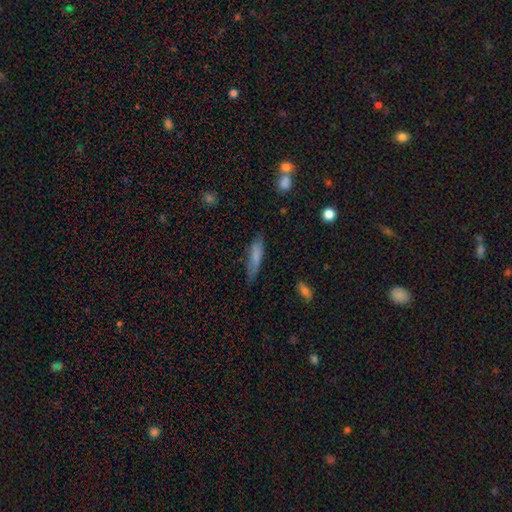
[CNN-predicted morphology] type=smooth (75%); roundness=cigar-shaped (74%); merging=none (67%).